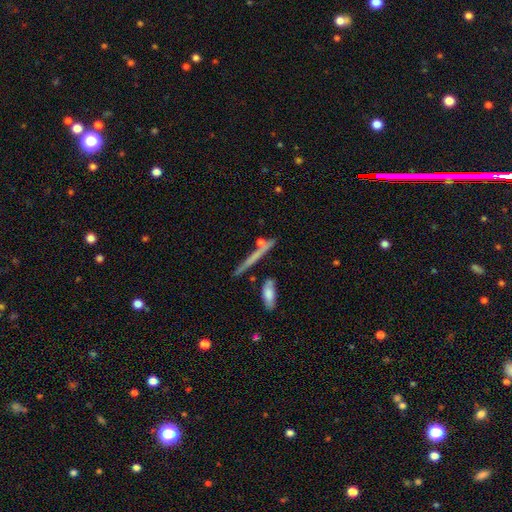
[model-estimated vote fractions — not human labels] smooth-or-featured: featured or disk: 47% | smooth: 41% | star or artifact: 11%
  merging: none: 71% | minor disturbance: 13% | merger: 11% | major disturbance: 5%